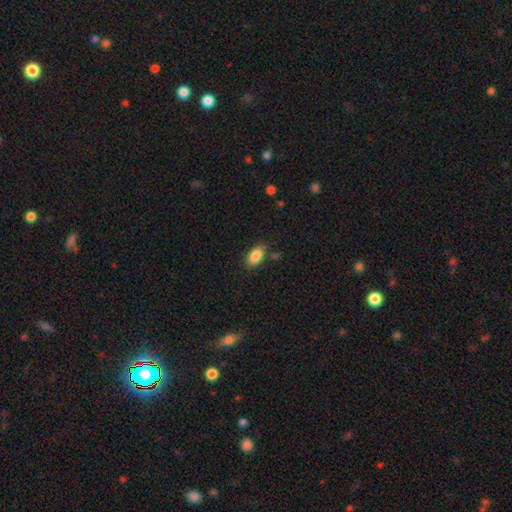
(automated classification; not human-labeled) Smooth or featured? smooth (86%)
How rounded? in between (91%)
Merging? none (78%)